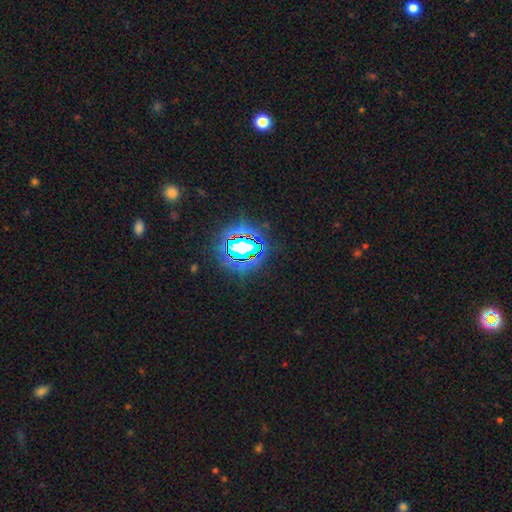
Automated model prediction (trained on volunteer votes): This is clearly a star or artifact rather than a galaxy (83%).